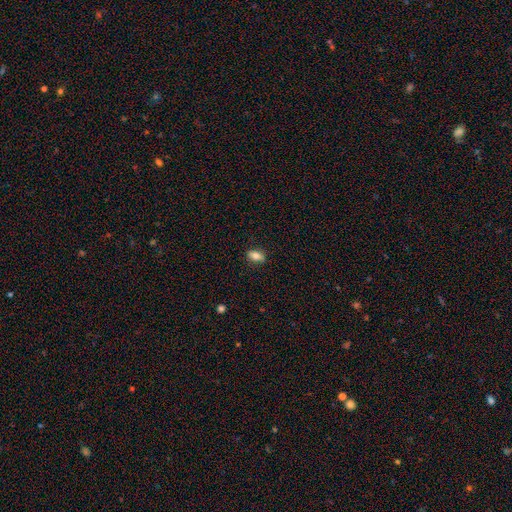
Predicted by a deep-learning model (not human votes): Q: Smooth or featured?
A: smooth (79%); runner-up: featured or disk (13%)
Q: How rounded?
A: in between (83%); runner-up: cigar-shaped (9%)
Q: Merging?
A: none (85%); runner-up: minor disturbance (11%)